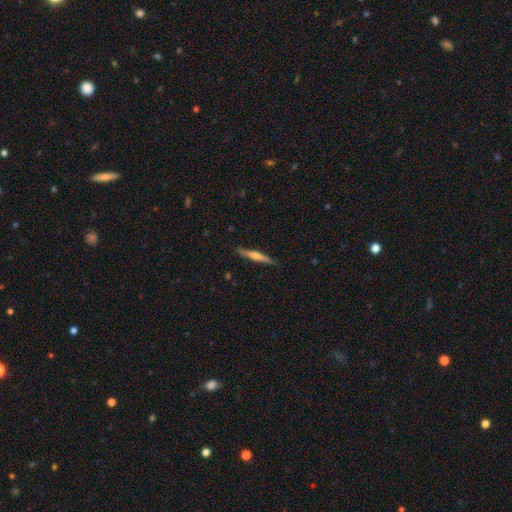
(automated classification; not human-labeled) Overall: featured or disk (57%; smooth 37%). Edge-on disk: yes (97%). Edge-on bulge: rounded (74%). Merging: none (88%).